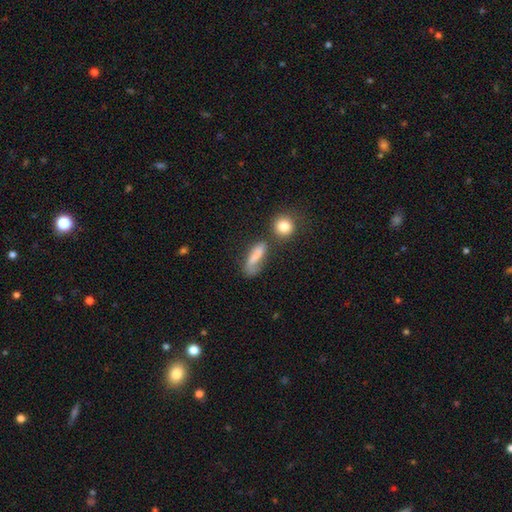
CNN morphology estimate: The model was most divided on "how rounded": cigar-shaped: 51%, in between: 41%, round: 8%. Remaining: smooth or featured — smooth (74%); merging — none (46%).